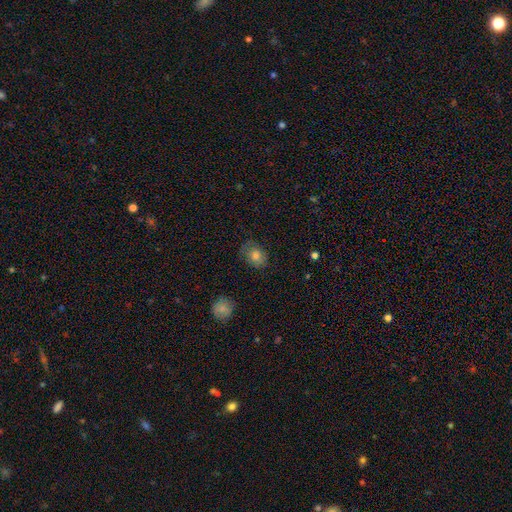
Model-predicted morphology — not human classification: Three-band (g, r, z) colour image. It shows a smooth galaxy with no disk features (77%) that is in between round and cigar-shaped (62%). Merging: none (77%).